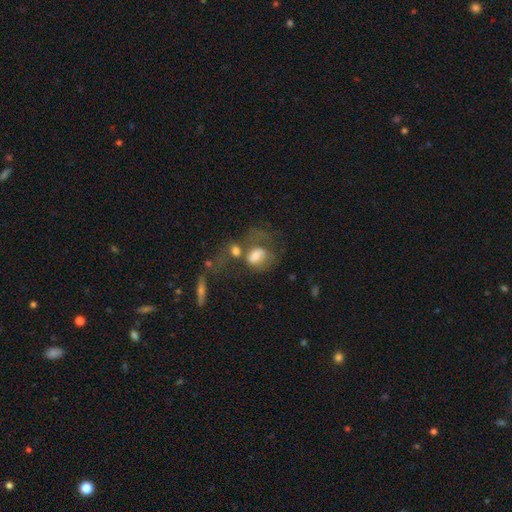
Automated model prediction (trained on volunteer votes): This is possibly a smooth galaxy (55%). How rounded: likely in between (65%). Merging: marginally merger (38%).